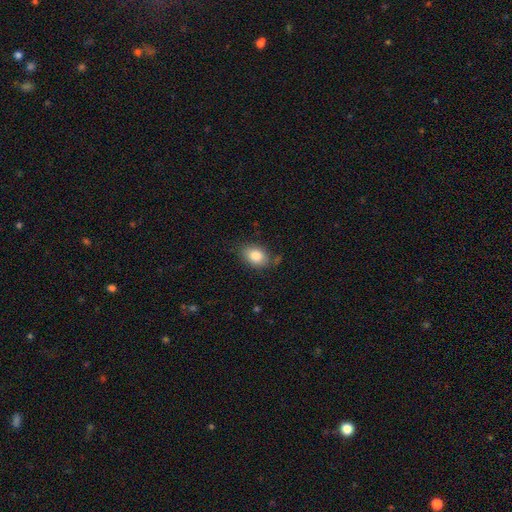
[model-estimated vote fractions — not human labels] Smooth or featured: smooth — 84% (star or artifact — 8%)
How rounded: in between — 78% (round — 20%)
Merging: none — 73% (minor disturbance — 19%)